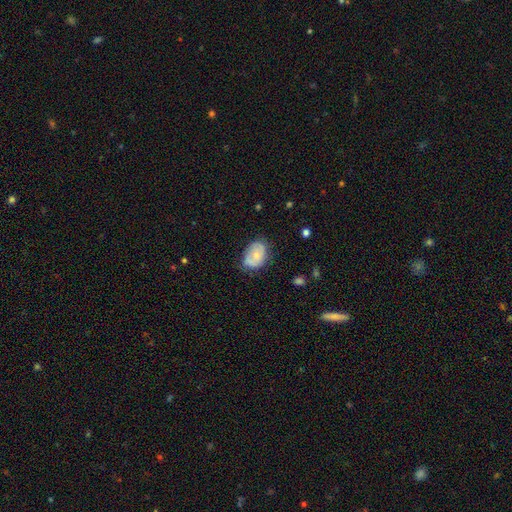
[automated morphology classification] Smooth or featured? smooth (56%)
How rounded? in between (74%)
Merging? none (55%)